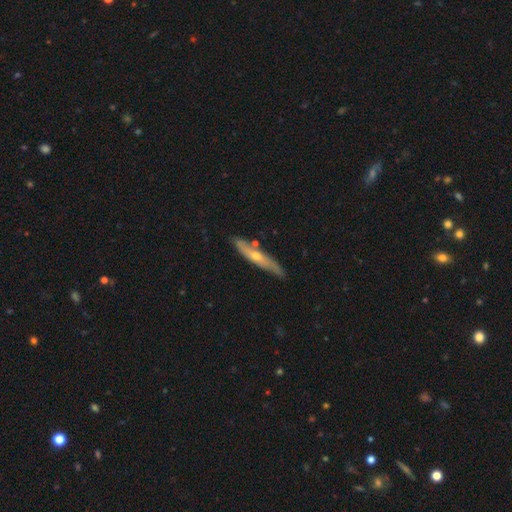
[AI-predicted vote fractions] This appears to be a featured or disk galaxy (62%) viewed edge-on (80%). Merging: none (77%).